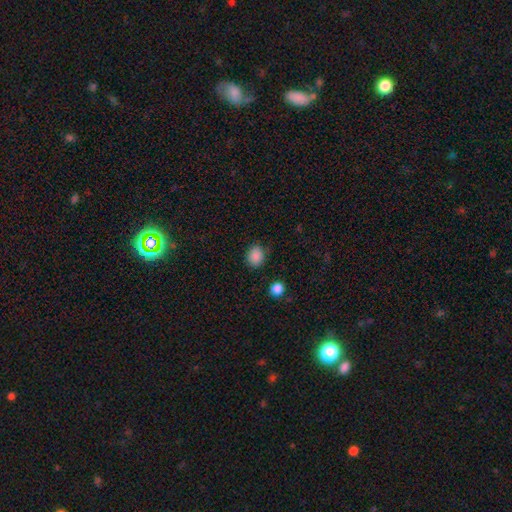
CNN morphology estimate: type=smooth (87%); roundness=round (60%); merging=none (83%).